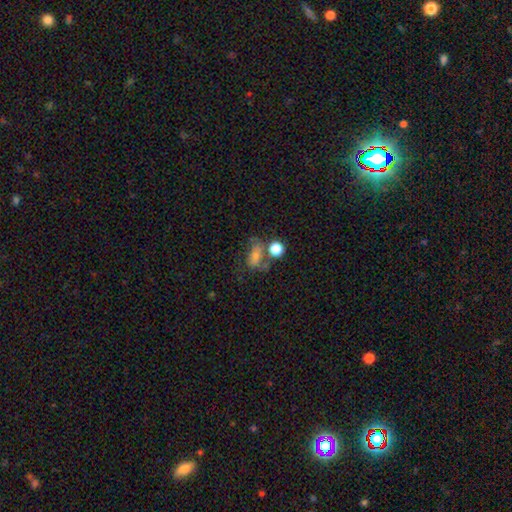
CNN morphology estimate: Smooth or featured: smooth — 55% (featured or disk — 26%)
How rounded: in between — 71% (round — 24%)
Merging: none — 38% (merger — 24%)